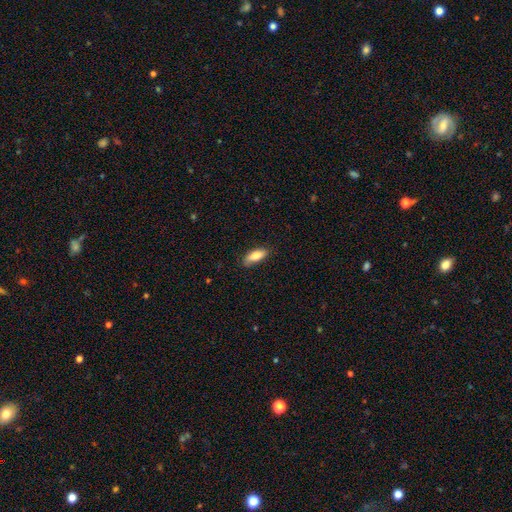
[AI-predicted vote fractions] This is clearly a smooth galaxy (82%). How rounded: likely in between (77%). Merging: likely none (76%).